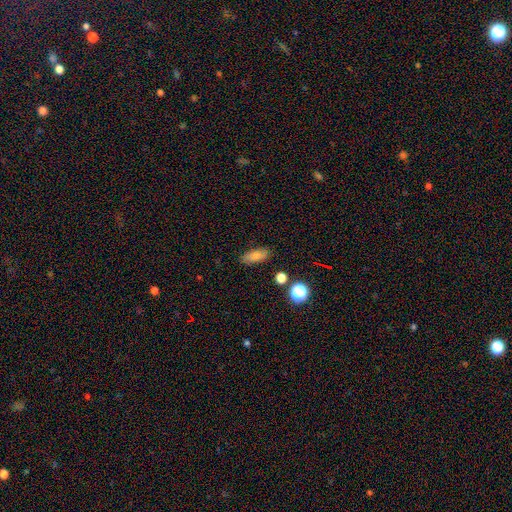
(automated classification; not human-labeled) A smooth galaxy with no disk features (76%) that is in between round and cigar-shaped (80%).

Vote fractions:
- Smooth or featured? smooth: 76% / featured or disk: 14% / star or artifact: 11%
- How rounded? in between: 80% / cigar-shaped: 15% / round: 5%
- Merging? none: 83% / minor disturbance: 12% / major disturbance: 3% / merger: 2%